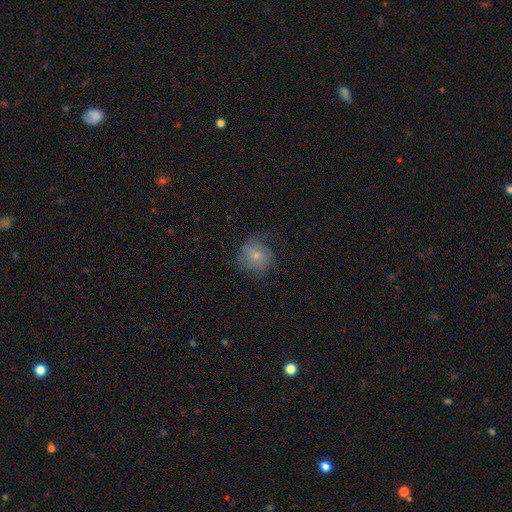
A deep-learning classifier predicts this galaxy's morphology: Smooth or featured?
  - smooth: 68% *
  - featured or disk: 22%
  - star or artifact: 10%
How rounded?
  - round: 84% *
  - in between: 15%
  - cigar-shaped: 1%
Merging?
  - none: 61% *
  - minor disturbance: 25%
  - major disturbance: 13%
  - merger: 1%